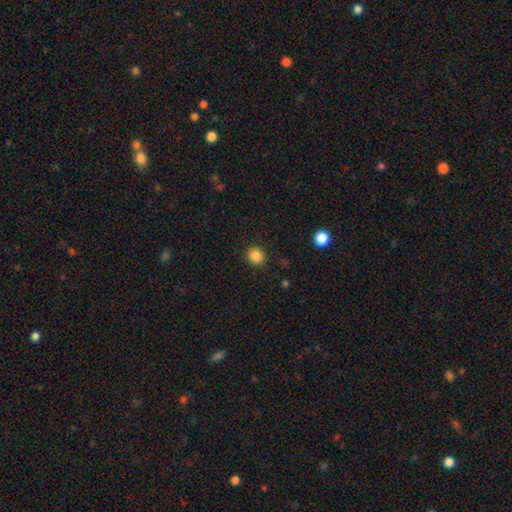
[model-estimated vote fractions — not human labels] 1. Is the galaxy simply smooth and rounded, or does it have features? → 86% smooth, 11% star or artifact, 3% featured or disk.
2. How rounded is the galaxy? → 81% round, 18% in between, 1% cigar-shaped.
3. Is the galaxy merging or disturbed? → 91% none, 6% minor disturbance, 2% major disturbance, 1% merger.